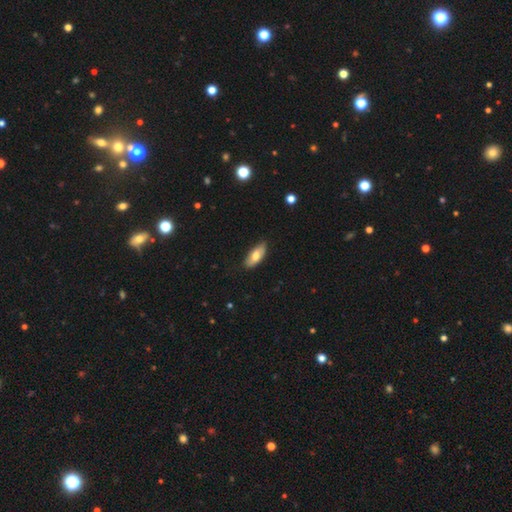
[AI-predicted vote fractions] Overall: smooth (71%). How rounded: in between (85%). Merging: none (79%).